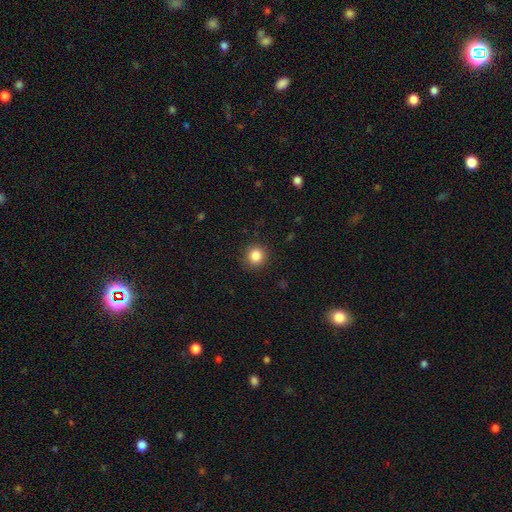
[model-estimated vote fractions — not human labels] Morphology: type=smooth (85%); roundness=round (91%); merging=none (91%).